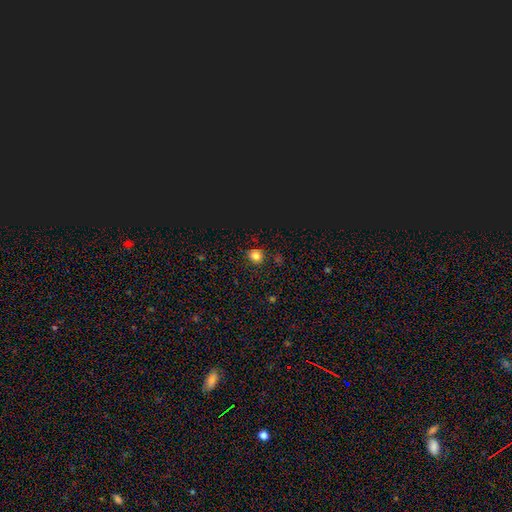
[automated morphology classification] type=smooth (75%); roundness=round (82%); merging=none (83%).